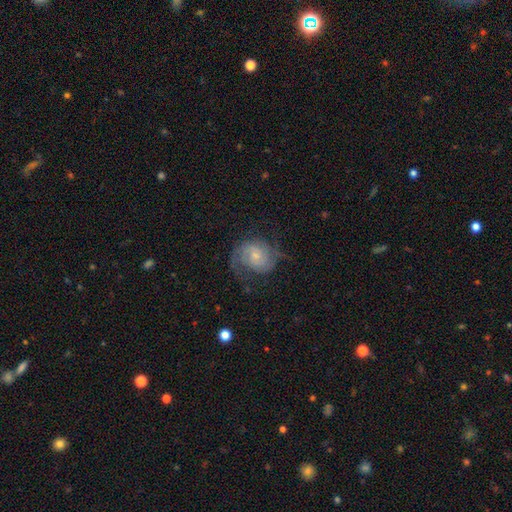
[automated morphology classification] type=featured or disk (75%); edge-on=no (98%); bar=no (65%); spiral arms=yes (92%); winding=medium (42%); arm count=2 (70%); bulge=small (65%); merging=none (60%).